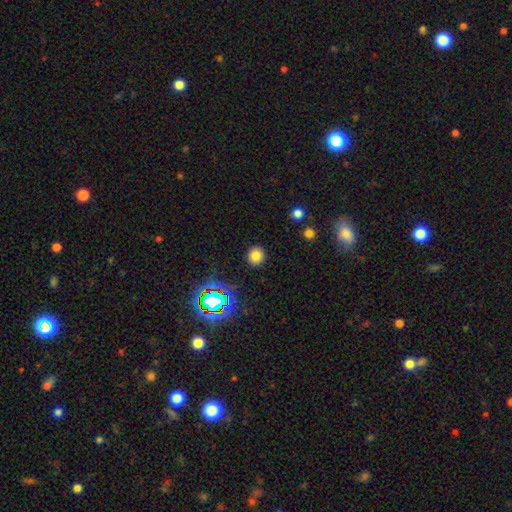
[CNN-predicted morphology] type=smooth (76%); roundness=round (87%); merging=none (90%).